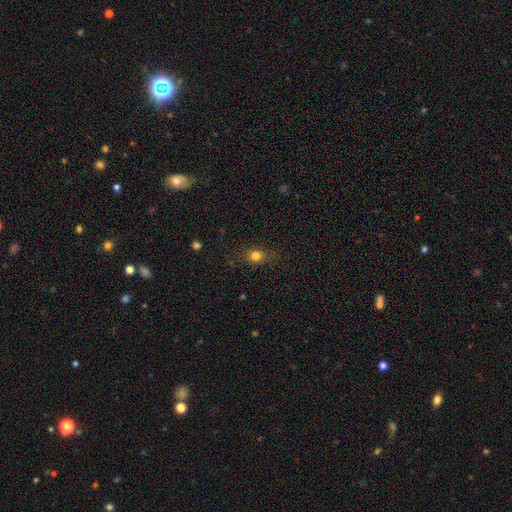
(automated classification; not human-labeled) Smooth or featured: smooth — 78% (star or artifact — 13%)
How rounded: round — 51% (in between — 45%)
Merging: none — 80% (minor disturbance — 14%)